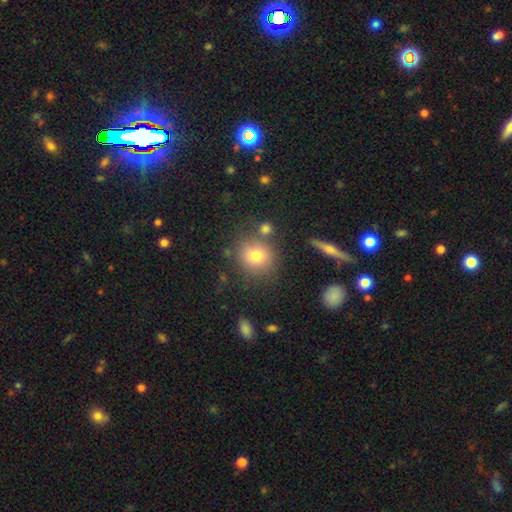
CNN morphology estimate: Smooth or featured? smooth (76%)
How rounded? round (86%)
Merging? none (75%)